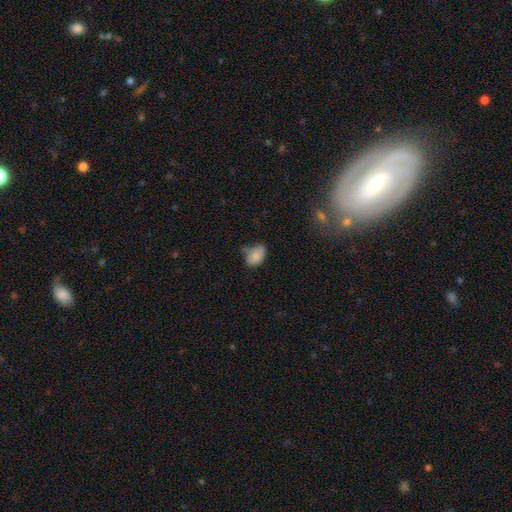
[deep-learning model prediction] Smooth or featured? Predicted: smooth (p=0.84). How rounded? Predicted: in between (p=0.86). Merging? Predicted: none (p=0.49).